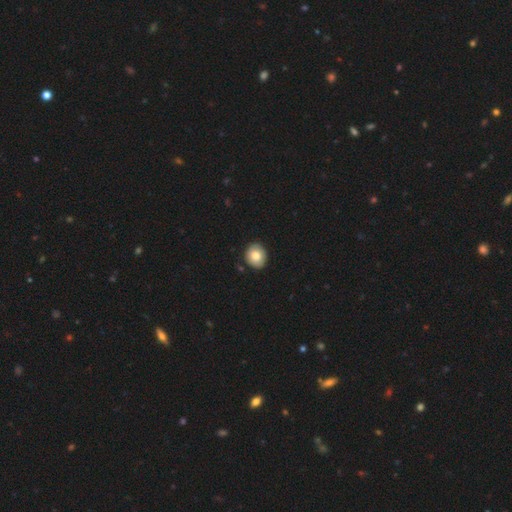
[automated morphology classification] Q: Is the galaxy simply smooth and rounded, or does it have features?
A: smooth — 79%.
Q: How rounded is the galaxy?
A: round — 71%.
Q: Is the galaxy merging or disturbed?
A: none — 87%.